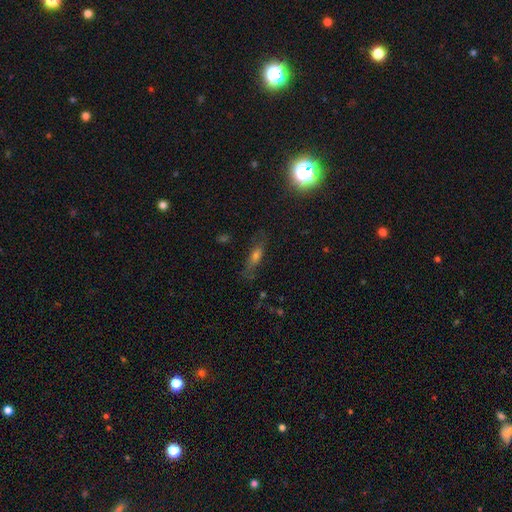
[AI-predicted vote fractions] smooth-or-featured: smooth: 47% | featured or disk: 30% | star or artifact: 23%
  merging: none: 70% | minor disturbance: 19% | major disturbance: 9% | merger: 3%